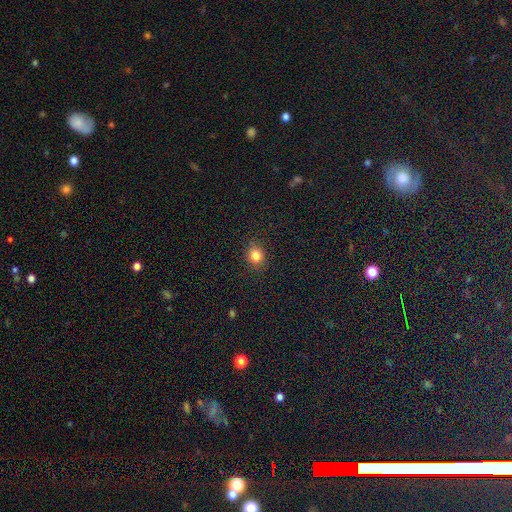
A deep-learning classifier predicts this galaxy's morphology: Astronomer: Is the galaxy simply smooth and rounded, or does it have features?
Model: smooth — 83%.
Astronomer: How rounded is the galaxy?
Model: round — 80%.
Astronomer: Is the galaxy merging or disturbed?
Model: none — 89%.